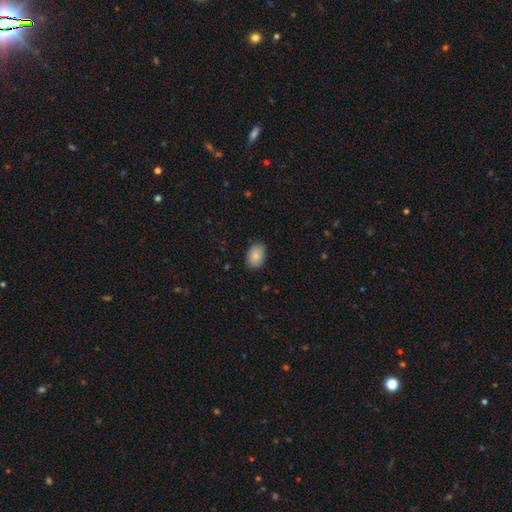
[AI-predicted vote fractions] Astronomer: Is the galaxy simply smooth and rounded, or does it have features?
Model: smooth — 88%.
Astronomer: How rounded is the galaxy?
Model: in between — 80%.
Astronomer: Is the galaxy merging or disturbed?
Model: none — 86%.